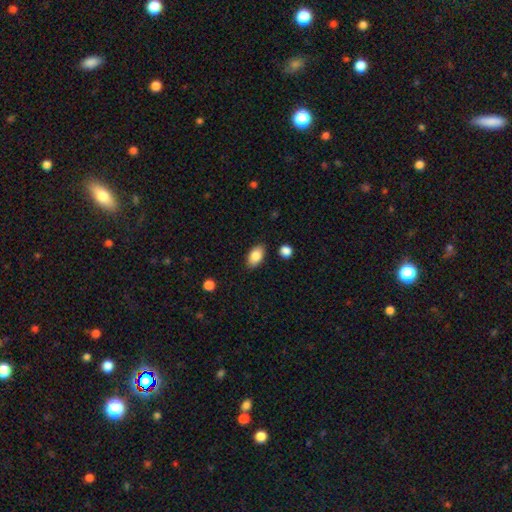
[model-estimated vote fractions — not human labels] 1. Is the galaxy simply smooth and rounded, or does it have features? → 85% smooth, 8% featured or disk, 7% star or artifact.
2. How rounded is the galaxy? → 92% in between, 6% round, 2% cigar-shaped.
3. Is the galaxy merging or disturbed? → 85% none, 10% minor disturbance, 2% major disturbance, 2% merger.